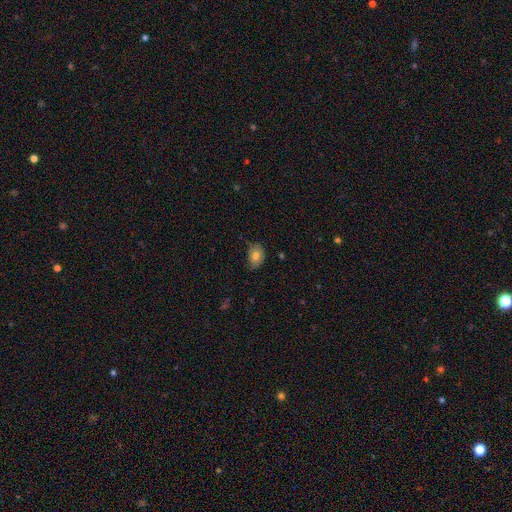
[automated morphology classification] smooth 74%, featured or disk 17%, star or artifact 9%. Down the decision tree: how rounded — in between (67%); merging — none (66%).